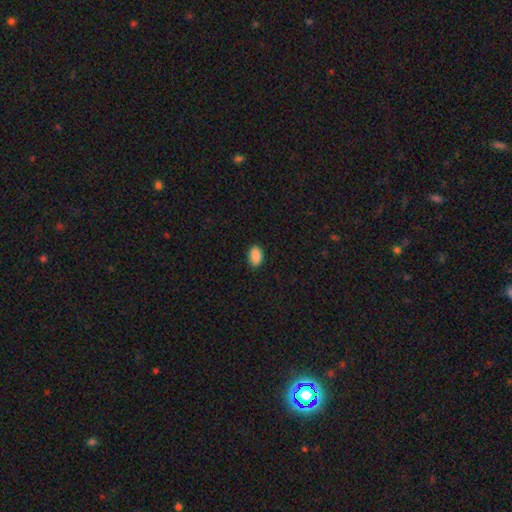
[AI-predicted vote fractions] Smooth or featured: smooth — 89% (star or artifact — 8%)
How rounded: in between — 90% (round — 9%)
Merging: none — 84% (minor disturbance — 12%)